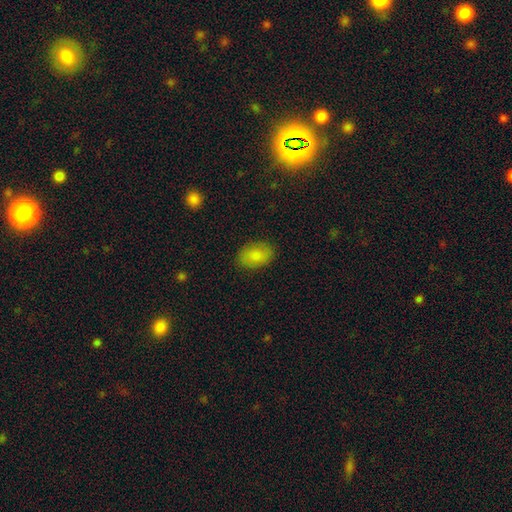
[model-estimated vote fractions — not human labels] smooth_or_featured: smooth (p=0.83) [alt: featured or disk p=0.09]
how_rounded: in between (p=0.84) [alt: round p=0.14]
merging: none (p=0.86) [alt: minor disturbance p=0.11]